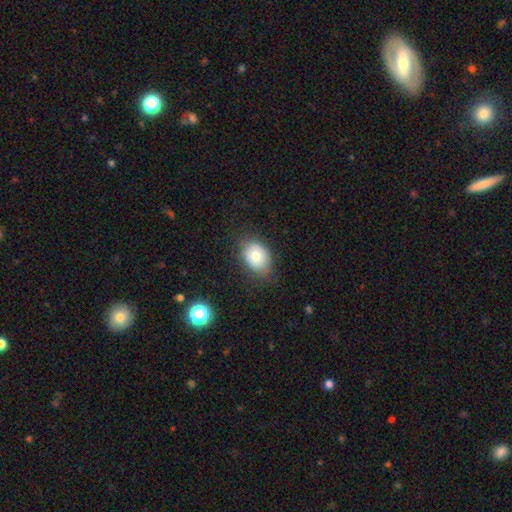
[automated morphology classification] Smooth or featured?
  - smooth: 74% *
  - featured or disk: 16%
  - star or artifact: 10%
How rounded?
  - in between: 60% *
  - round: 39%
  - cigar-shaped: 1%
Merging?
  - none: 74% *
  - minor disturbance: 19%
  - major disturbance: 6%
  - merger: 1%